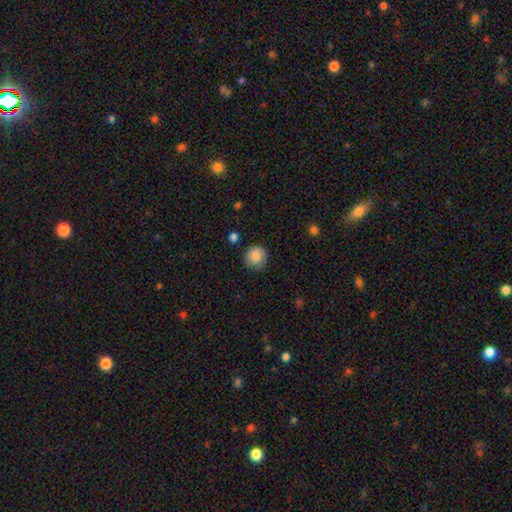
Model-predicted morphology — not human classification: Smooth or featured?
  - smooth: 81% *
  - featured or disk: 11%
  - star or artifact: 8%
How rounded?
  - round: 90% *
  - in between: 9%
  - cigar-shaped: 1%
Merging?
  - none: 78% *
  - minor disturbance: 16%
  - major disturbance: 4%
  - merger: 2%